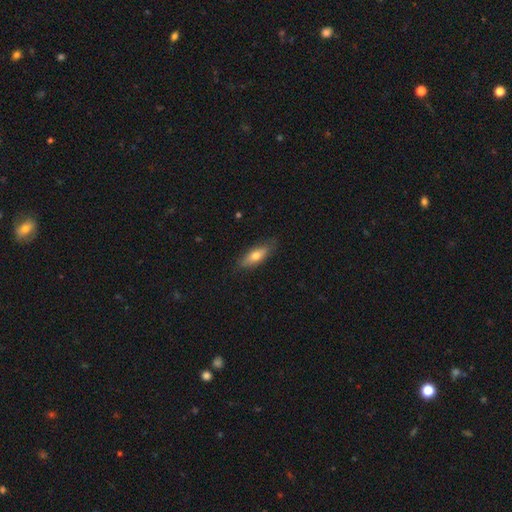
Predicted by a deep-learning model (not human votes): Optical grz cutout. It shows a smooth galaxy with no disk features (67%) that is in between round and cigar-shaped (60%). Merging: none (80%).